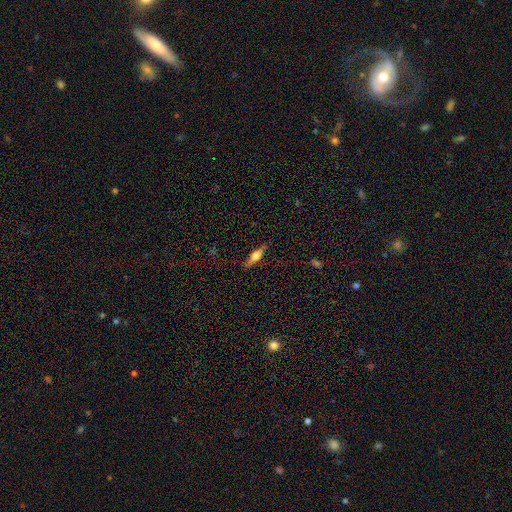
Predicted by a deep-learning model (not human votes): smooth-or-featured: featured or disk: 56% | smooth: 37% | star or artifact: 7%
  disk-edge-on: yes: 95% | no: 5%
    edge-on-bulge: rounded: 91% | boxy: 7% | none: 3%
  merging: none: 86% | minor disturbance: 10% | major disturbance: 2% | merger: 1%